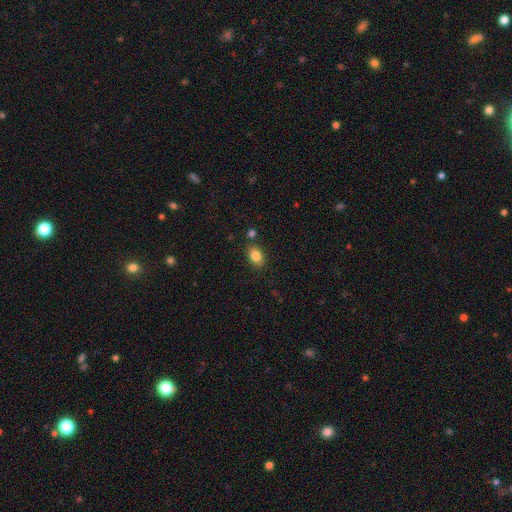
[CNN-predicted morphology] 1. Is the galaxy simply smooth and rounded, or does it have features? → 84% smooth, 9% star or artifact, 6% featured or disk.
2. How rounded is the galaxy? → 78% in between, 21% round, 1% cigar-shaped.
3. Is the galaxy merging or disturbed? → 81% none, 11% minor disturbance, 6% merger, 3% major disturbance.